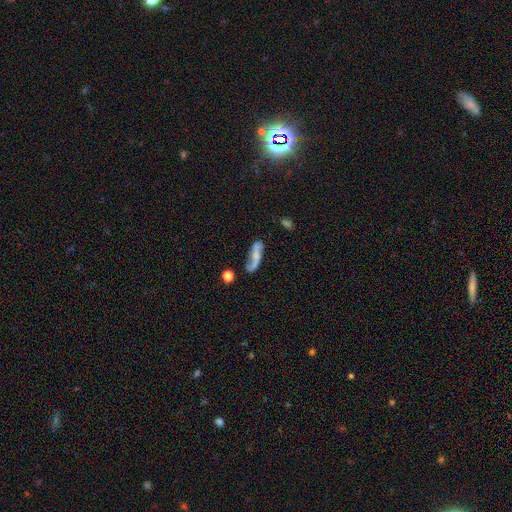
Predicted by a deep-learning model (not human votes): Overall: featured or disk (60%; smooth 32%). Edge-on disk: no (86%). Bar: no (53%; weak 31%). Spiral arms: yes (88%). Bulge size: none (41%; small 33%). Merging: none (57%; minor disturbance 23%).